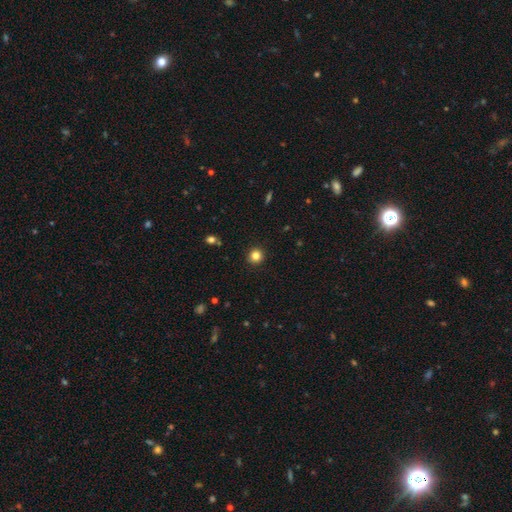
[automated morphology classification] A smooth galaxy with no disk features (83%) that is round (94%).

Vote fractions:
- Smooth or featured? smooth: 83% / star or artifact: 12% / featured or disk: 5%
- How rounded? round: 94% / in between: 5% / cigar-shaped: 1%
- Merging? none: 93% / minor disturbance: 5% / major disturbance: 2% / merger: 1%